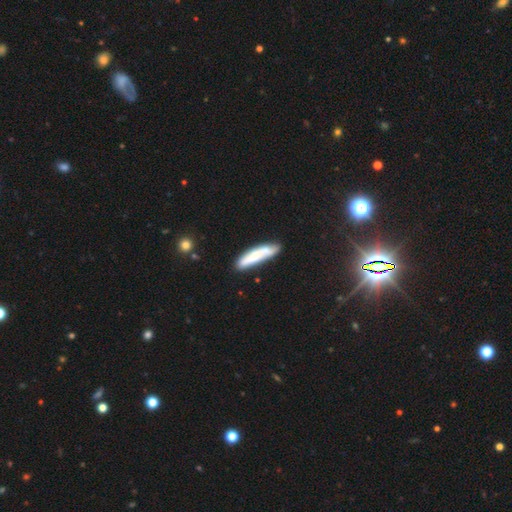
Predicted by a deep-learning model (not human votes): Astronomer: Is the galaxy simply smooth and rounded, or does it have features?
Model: smooth — 63%.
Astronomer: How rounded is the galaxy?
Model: cigar-shaped — 79%.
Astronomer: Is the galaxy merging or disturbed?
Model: none — 72%.